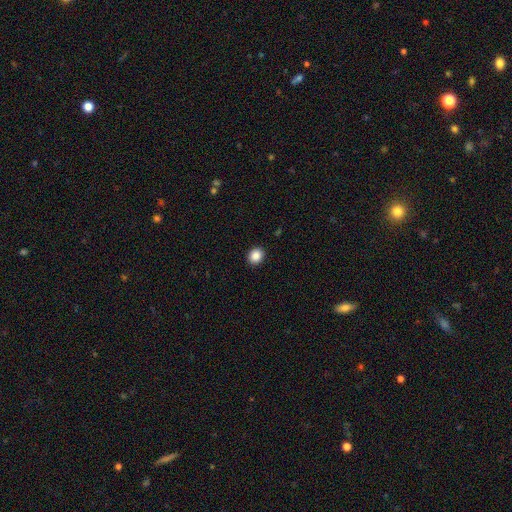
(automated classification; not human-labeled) This is clearly a smooth galaxy (88%). How rounded: likely round (76%). Merging: clearly none (92%).